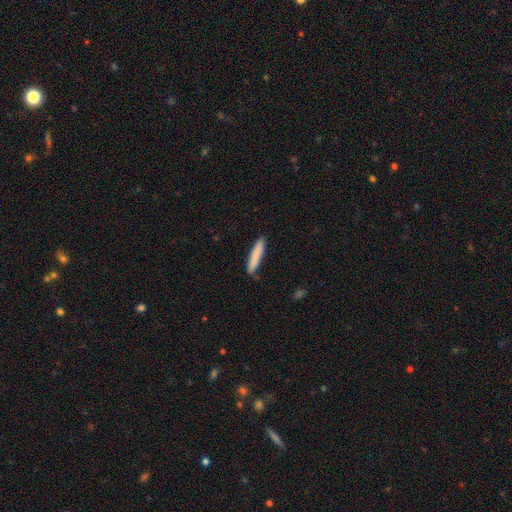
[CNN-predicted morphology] Smooth or featured: smooth — 83% (featured or disk — 11%)
How rounded: cigar-shaped — 91% (in between — 8%)
Merging: none — 88% (minor disturbance — 9%)